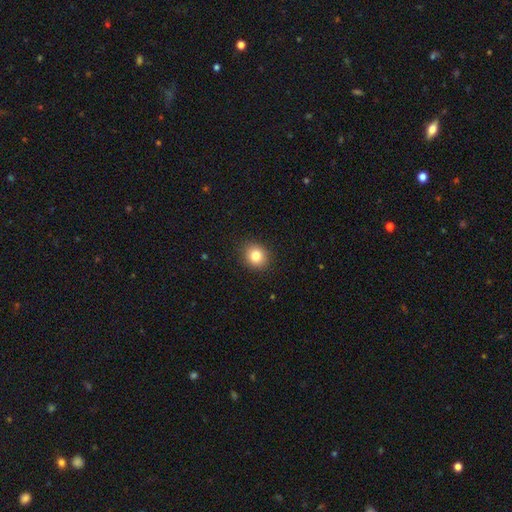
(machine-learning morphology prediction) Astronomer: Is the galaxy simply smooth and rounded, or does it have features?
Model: smooth — 82%.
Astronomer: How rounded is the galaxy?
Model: round — 74%.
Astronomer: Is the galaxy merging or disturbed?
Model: none — 90%.